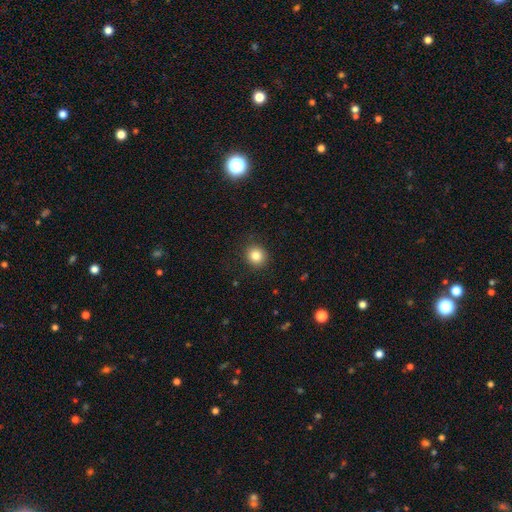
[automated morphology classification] Q: Smooth or featured?
A: smooth (84%); runner-up: star or artifact (11%)
Q: How rounded?
A: round (89%); runner-up: in between (10%)
Q: Merging?
A: none (90%); runner-up: minor disturbance (7%)